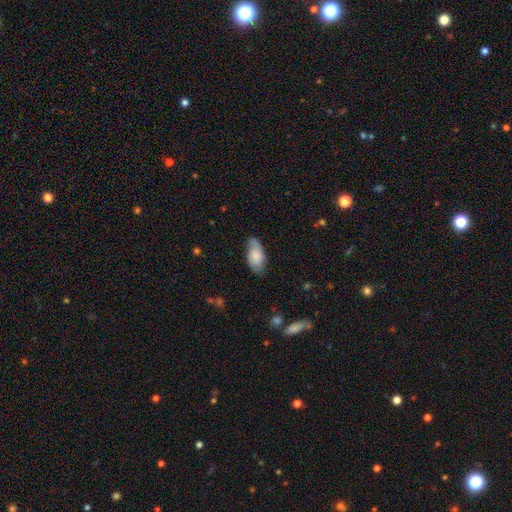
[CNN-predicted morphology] Smooth or featured?
  - smooth: 56% *
  - featured or disk: 37%
  - star or artifact: 7%
How rounded?
  - in between: 92% *
  - cigar-shaped: 4%
  - round: 4%
Merging?
  - none: 64% *
  - minor disturbance: 27%
  - major disturbance: 8%
  - merger: 2%